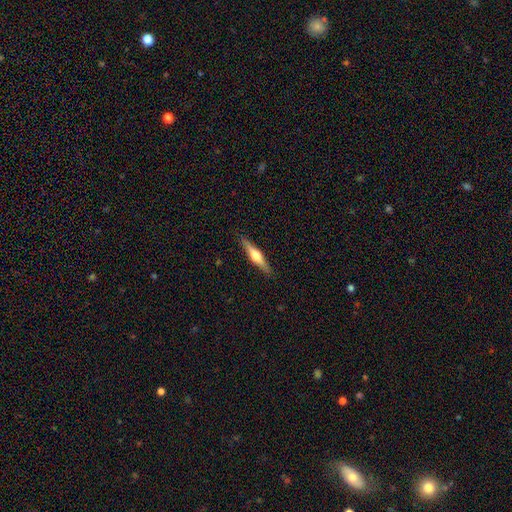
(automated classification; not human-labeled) Smooth or featured: featured or disk — 65% (smooth — 29%)
Edge-on disk: yes — 97% (no — 3%)
Edge-on bulge: rounded — 91% (boxy — 6%)
Merging: none — 90% (minor disturbance — 7%)